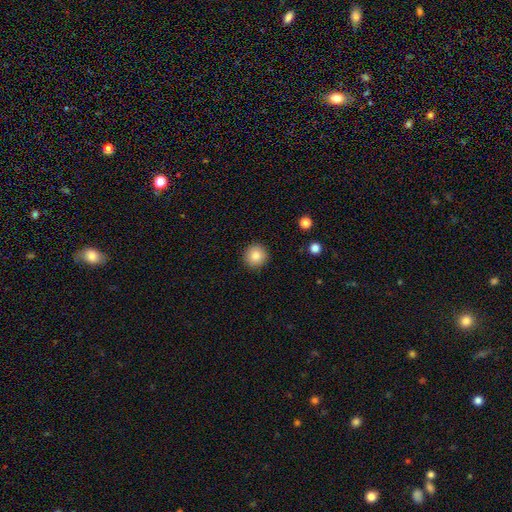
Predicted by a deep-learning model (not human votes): smooth 87%, star or artifact 9%, featured or disk 5%. Down the decision tree: how rounded — round (94%); merging — none (91%).